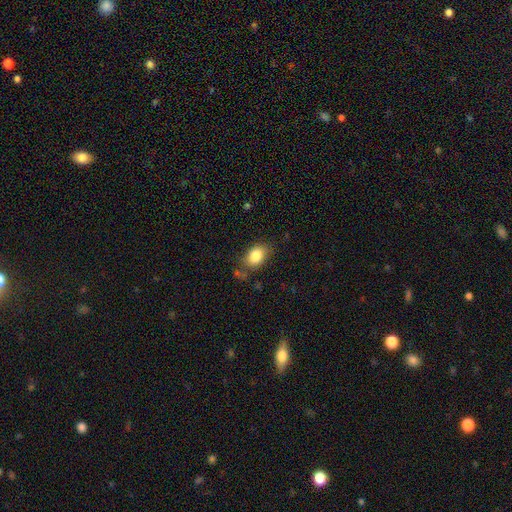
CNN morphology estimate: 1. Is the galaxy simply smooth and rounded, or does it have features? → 84% smooth, 8% star or artifact, 8% featured or disk.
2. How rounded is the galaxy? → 78% in between, 20% round, 1% cigar-shaped.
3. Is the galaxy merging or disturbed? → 70% none, 20% minor disturbance, 6% major disturbance, 4% merger.